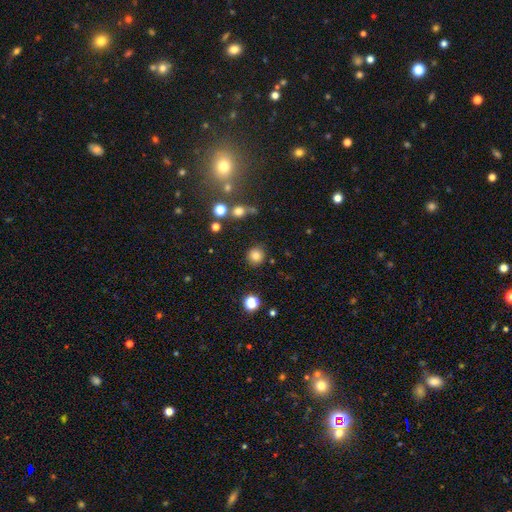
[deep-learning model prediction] The model was most divided on "smooth or featured": smooth: 80%, star or artifact: 13%, featured or disk: 7%. More confident: how rounded — round (91%); merging — none (88%).